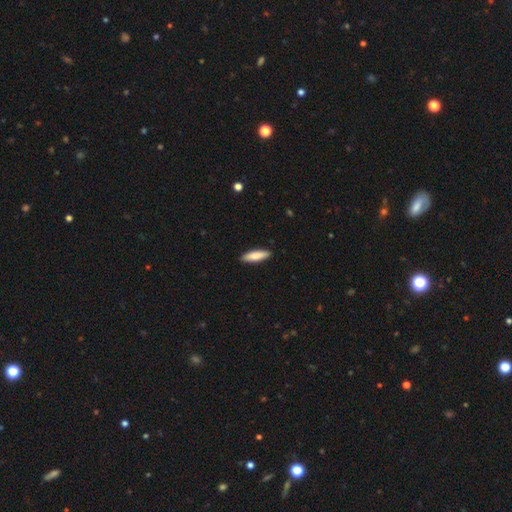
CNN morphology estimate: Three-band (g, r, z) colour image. It shows a smooth galaxy with no disk features (84%) that is cigar-shaped (63%). Merging: none (90%).